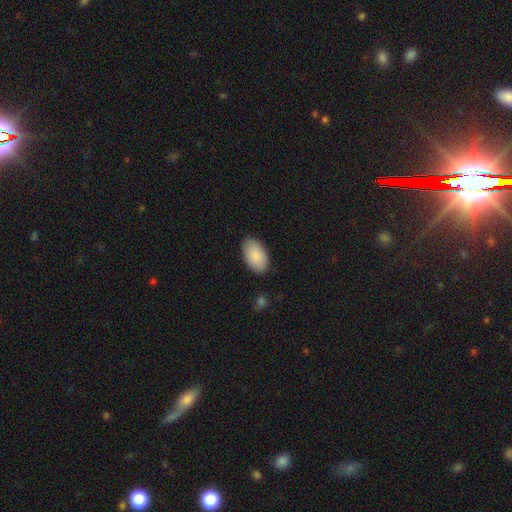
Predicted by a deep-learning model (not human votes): Q: Smooth or featured?
A: smooth (90%); runner-up: star or artifact (6%)
Q: How rounded?
A: in between (95%); runner-up: round (3%)
Q: Merging?
A: none (86%); runner-up: minor disturbance (10%)